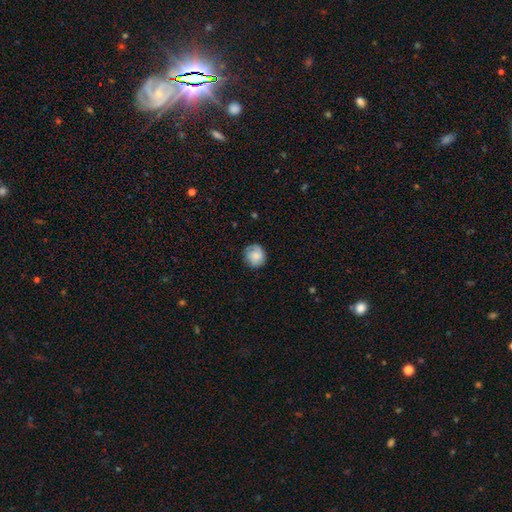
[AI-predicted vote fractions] Smooth or featured? Predicted: smooth (p=0.67). How rounded? Predicted: round (p=0.86). Merging? Predicted: none (p=0.75).